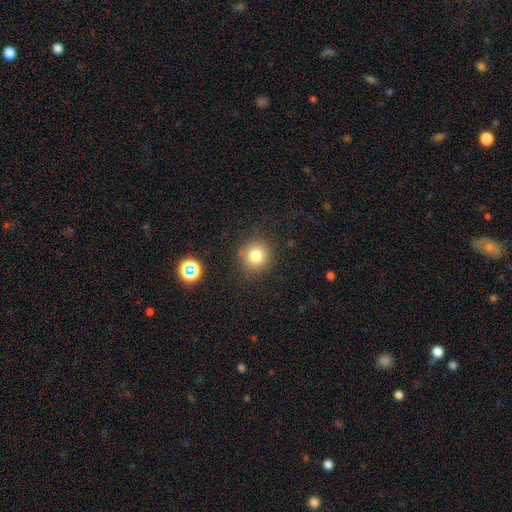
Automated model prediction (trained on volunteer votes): The model was most divided on "smooth or featured": smooth: 78%, star or artifact: 14%, featured or disk: 8%. More confident: how rounded — round (92%); merging — none (87%).